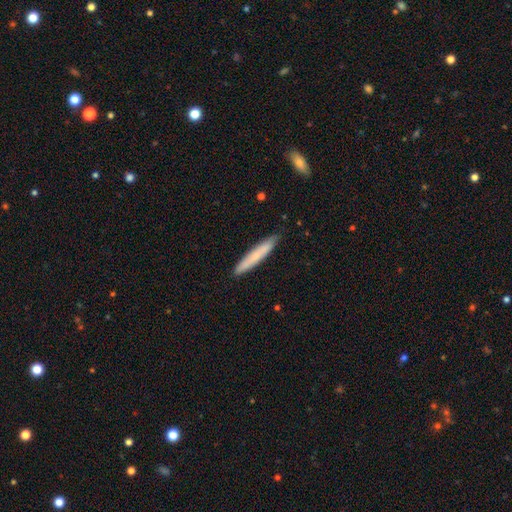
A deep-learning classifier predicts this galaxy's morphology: Smooth or featured? smooth (67%)
How rounded? cigar-shaped (94%)
Merging? none (88%)